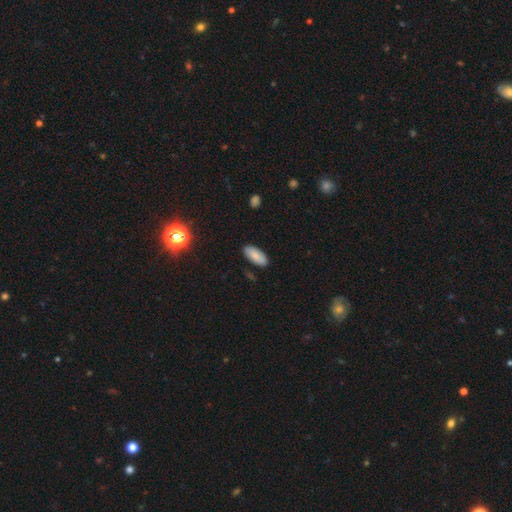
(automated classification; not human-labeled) Overall: smooth (81%). How rounded: in between (88%). Merging: none (86%).